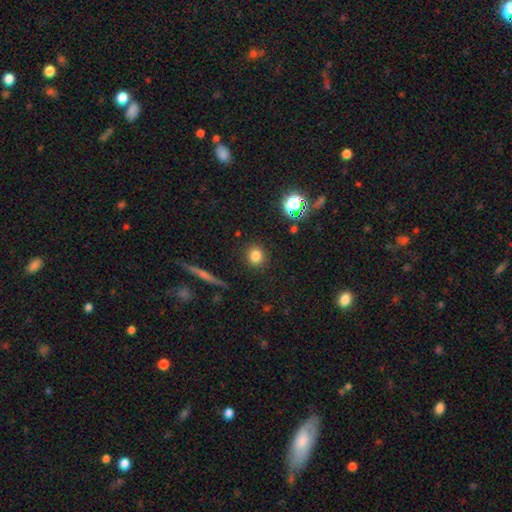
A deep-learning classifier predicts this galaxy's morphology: Smooth or featured? smooth (80%)
How rounded? round (82%)
Merging? none (90%)